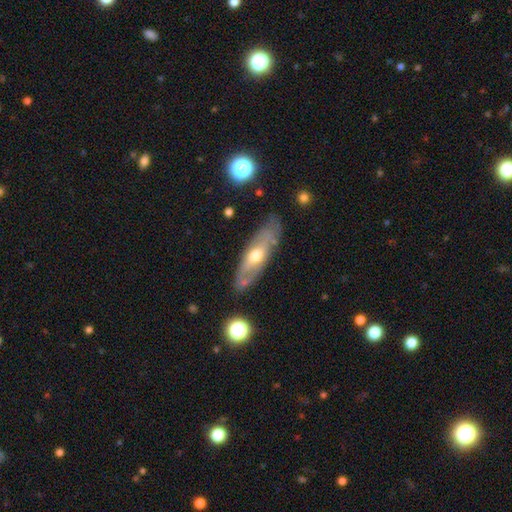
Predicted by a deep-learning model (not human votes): smooth_or_featured: featured or disk (p=0.64) [alt: smooth p=0.30]
disk_edge_on: no (p=0.65) [alt: yes p=0.35]
merging: none (p=0.77) [alt: minor disturbance p=0.16]